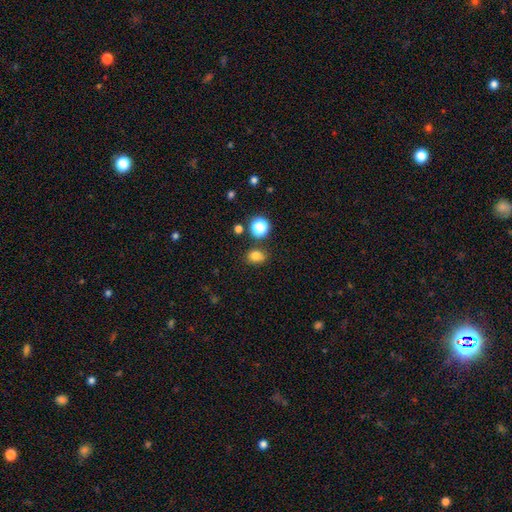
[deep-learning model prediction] Smooth or featured?
  - smooth: 79% *
  - star or artifact: 15%
  - featured or disk: 6%
How rounded?
  - in between: 50% *
  - round: 49%
  - cigar-shaped: 1%
Merging?
  - none: 78% *
  - minor disturbance: 13%
  - merger: 5%
  - major disturbance: 3%